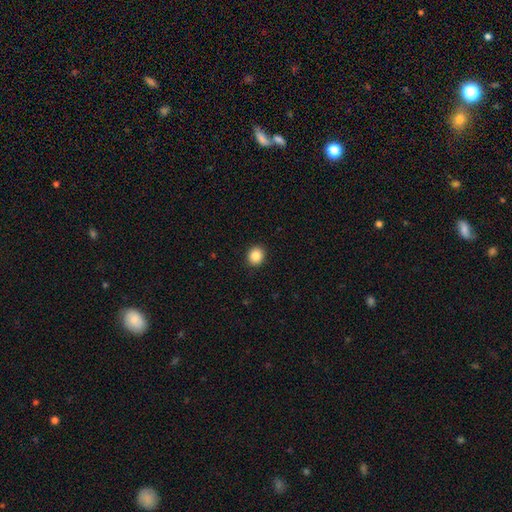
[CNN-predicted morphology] Smooth or featured? smooth (86%)
How rounded? round (73%)
Merging? none (91%)